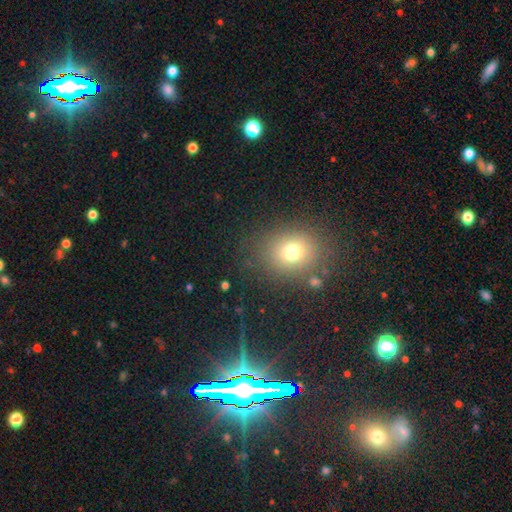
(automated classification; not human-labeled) smooth_or_featured: smooth (p=0.55) [alt: star or artifact p=0.33]
how_rounded: round (p=0.66) [alt: in between p=0.33]
merging: none (p=0.86) [alt: minor disturbance p=0.08]